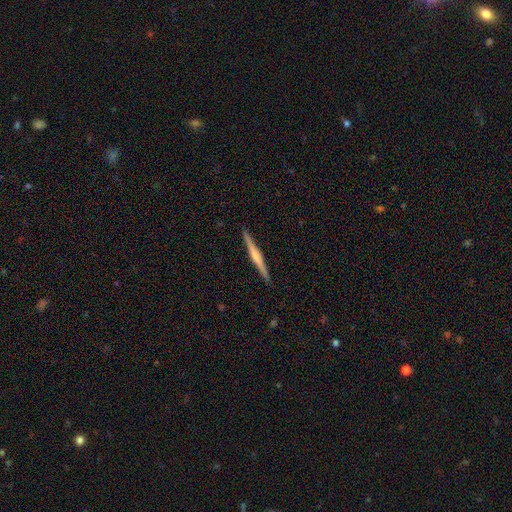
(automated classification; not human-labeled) A featured or disk galaxy (68%) viewed edge-on (98%) with a rounded central bulge (69%).

Vote fractions:
- Smooth or featured? featured or disk: 68% / smooth: 26% / star or artifact: 5%
- Edge-on disk? yes: 98% / no: 2%
- Edge-on bulge? rounded: 69% / none: 17% / boxy: 14%
- Merging? none: 92% / minor disturbance: 6% / major disturbance: 1% / merger: 1%